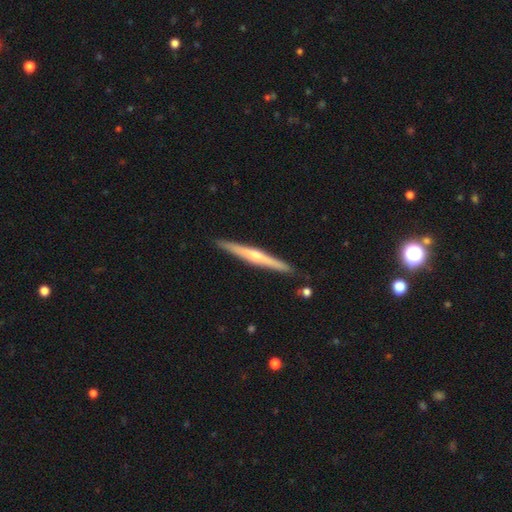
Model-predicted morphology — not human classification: type=featured or disk (72%); edge-on=yes (98%); edge-on bulge=rounded (73%); merging=none (91%).